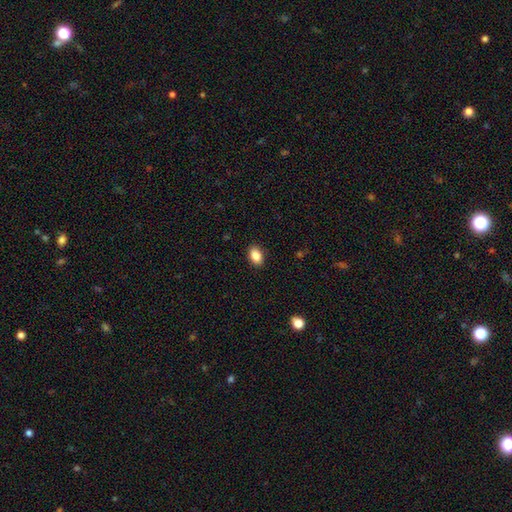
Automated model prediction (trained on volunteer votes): Smooth or featured? Predicted: smooth (p=0.88). How rounded? Predicted: in between (p=0.89). Merging? Predicted: none (p=0.90).